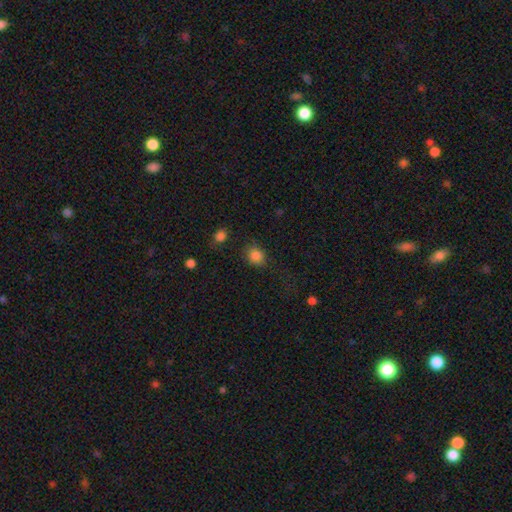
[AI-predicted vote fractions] This appears to be a smooth galaxy with no disk features (85%) that is round (71%). Merging: none (76%).